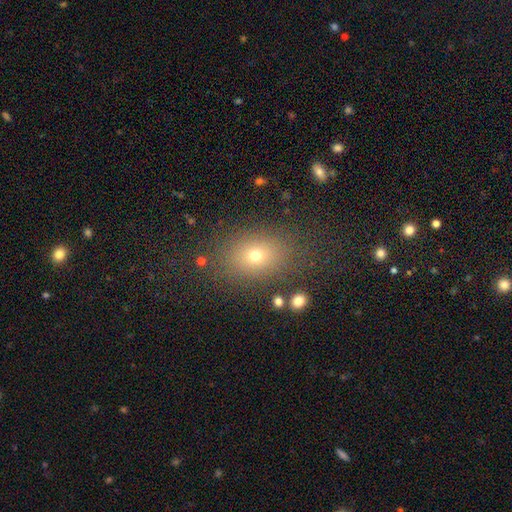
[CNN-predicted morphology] The model was most divided on "how rounded": in between: 64%, round: 34%, cigar-shaped: 2%. More confident: merging — none (80%); smooth or featured — smooth (69%).